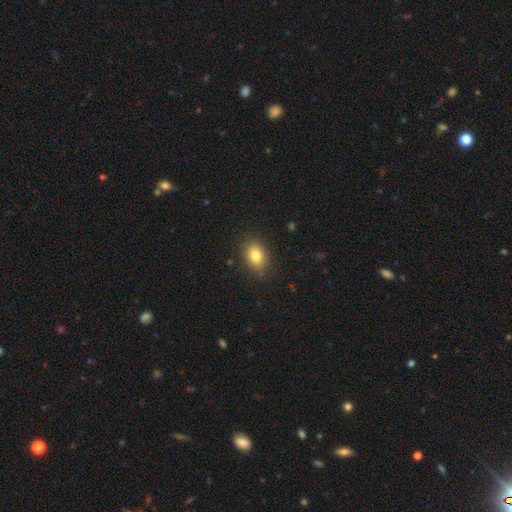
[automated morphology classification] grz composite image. It shows a smooth galaxy with no disk features (82%) that is in between round and cigar-shaped (78%). Merging: none (86%).